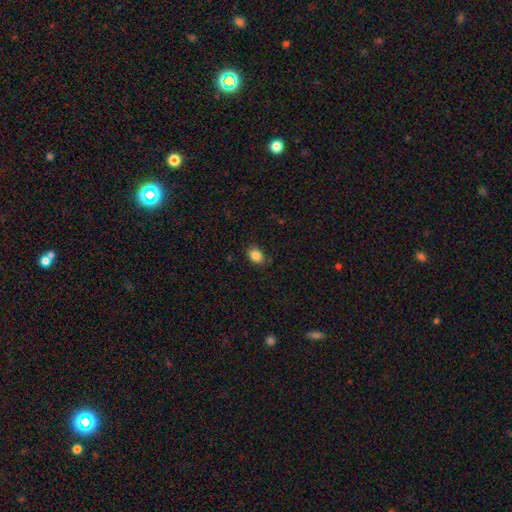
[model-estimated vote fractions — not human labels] smooth_or_featured: smooth (p=0.86) [alt: star or artifact p=0.10]
how_rounded: in between (p=0.65) [alt: round p=0.34]
merging: none (p=0.83) [alt: minor disturbance p=0.13]